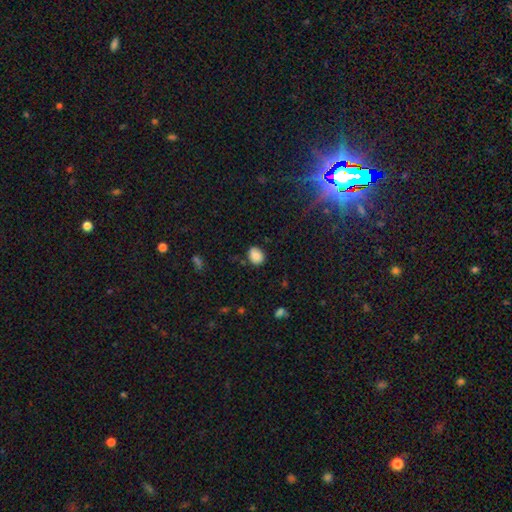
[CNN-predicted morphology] Smooth or featured? Predicted: smooth (p=0.86). How rounded? Predicted: in between (p=0.53). Merging? Predicted: none (p=0.78).